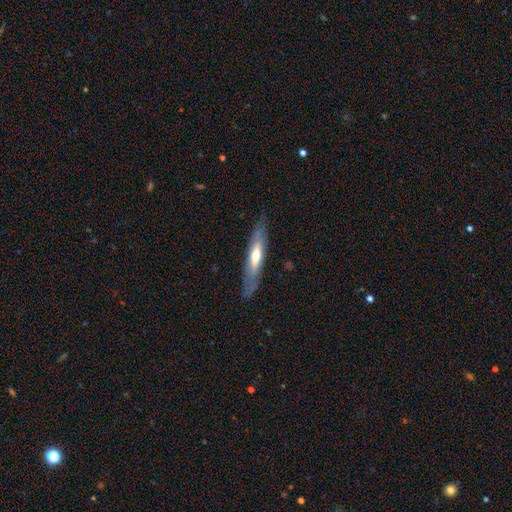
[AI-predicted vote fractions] Q: Smooth or featured?
A: featured or disk (51%); runner-up: smooth (44%)
Q: Edge-on disk?
A: yes (68%); runner-up: no (32%)
Q: Merging?
A: none (80%); runner-up: minor disturbance (14%)